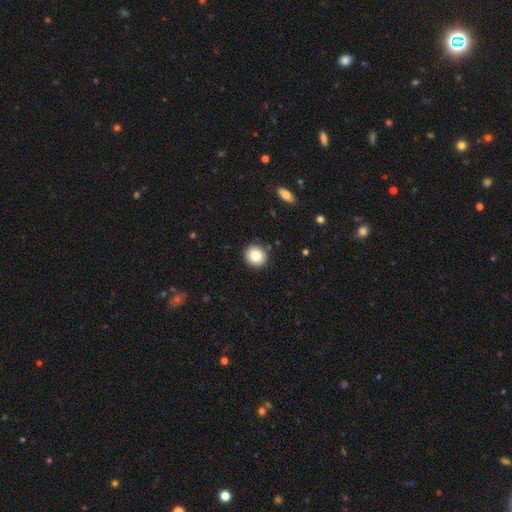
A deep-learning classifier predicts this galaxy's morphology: A smooth galaxy with no disk features (82%) that is round (89%).

Vote fractions:
- Smooth or featured? smooth: 82% / star or artifact: 9% / featured or disk: 9%
- How rounded? round: 89% / in between: 10% / cigar-shaped: 1%
- Merging? none: 90% / minor disturbance: 6% / major disturbance: 2% / merger: 2%